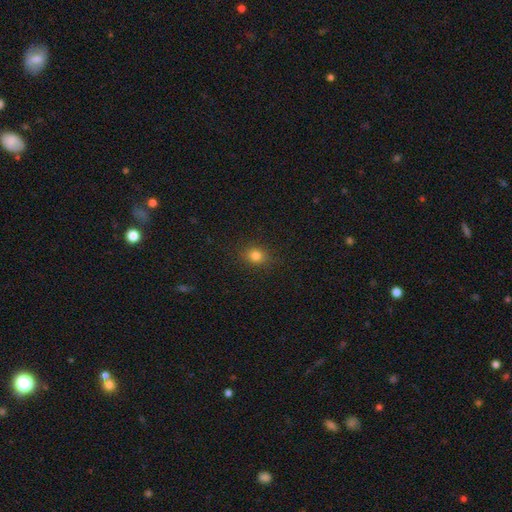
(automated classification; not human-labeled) Q: Smooth or featured?
A: smooth (81%); runner-up: star or artifact (13%)
Q: How rounded?
A: round (61%); runner-up: in between (38%)
Q: Merging?
A: none (87%); runner-up: minor disturbance (9%)